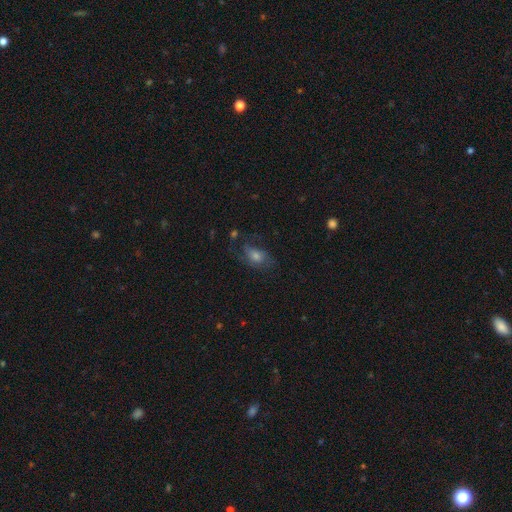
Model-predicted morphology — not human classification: featured or disk 42%, smooth 39%, star or artifact 18%. Down the decision tree: merging — none (58%).